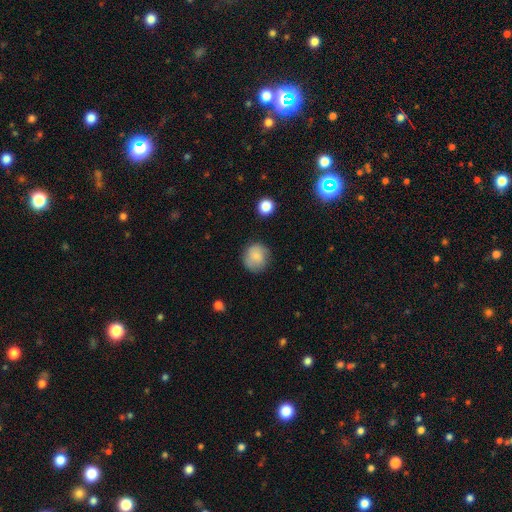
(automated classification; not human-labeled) smooth_or_featured: smooth (p=0.82) [alt: featured or disk p=0.10]
how_rounded: round (p=0.86) [alt: in between p=0.13]
merging: none (p=0.77) [alt: minor disturbance p=0.17]